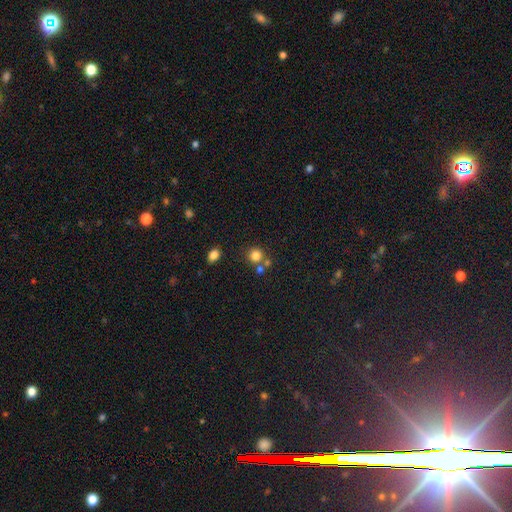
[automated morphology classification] type=smooth (80%); roundness=round (89%); merging=none (66%).